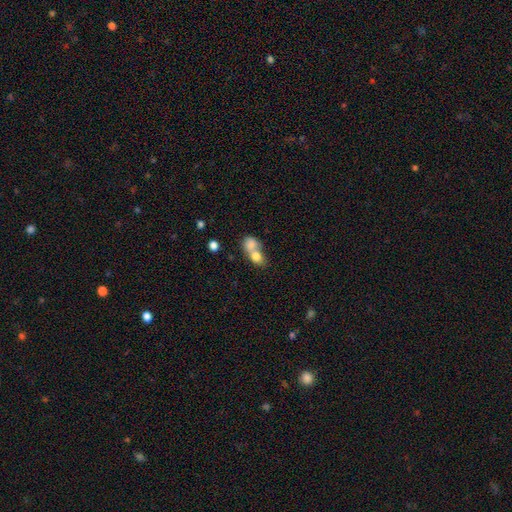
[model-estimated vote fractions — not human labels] smooth-or-featured: smooth: 76% | featured or disk: 15% | star or artifact: 9%
  how-rounded: in between: 58% | round: 40% | cigar-shaped: 2%
  merging: merger: 74% | none: 17% | minor disturbance: 5% | major disturbance: 4%